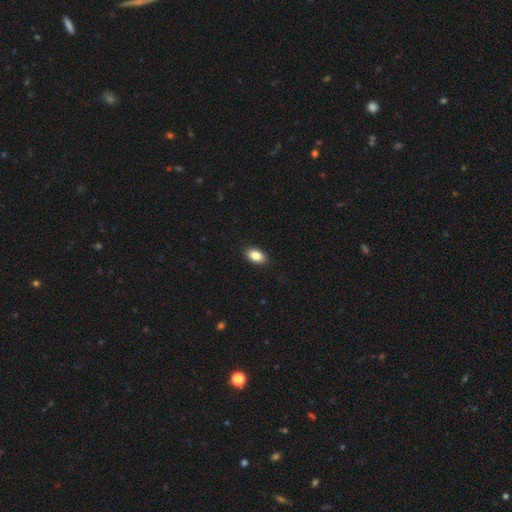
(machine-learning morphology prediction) Overall: smooth (86%). How rounded: in between (91%). Merging: none (90%).